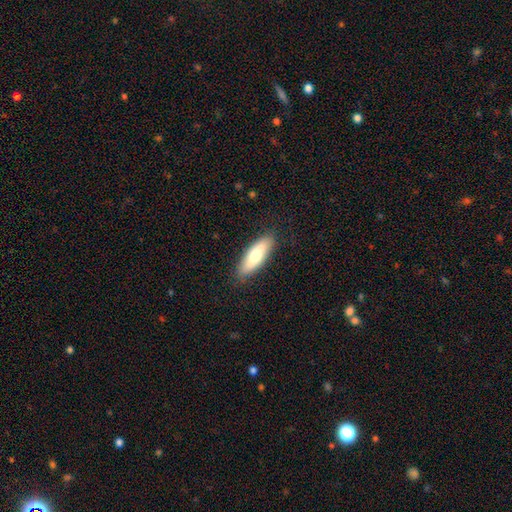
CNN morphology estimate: smooth_or_featured: smooth (p=0.70) [alt: featured or disk p=0.24]
how_rounded: in between (p=0.54) [alt: cigar-shaped p=0.44]
merging: none (p=0.87) [alt: minor disturbance p=0.10]